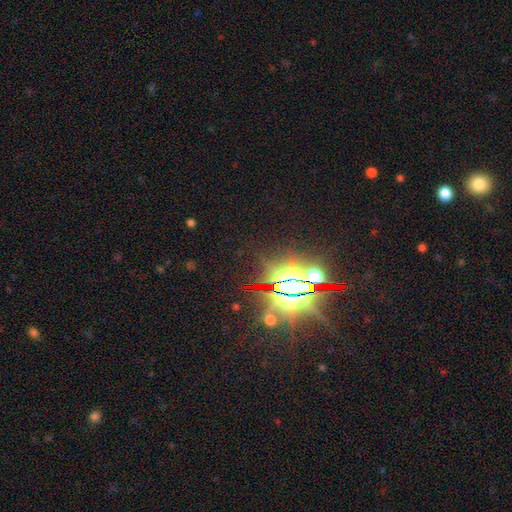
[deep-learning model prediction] smooth_or_featured: star or artifact (p=0.86) [alt: featured or disk p=0.08]